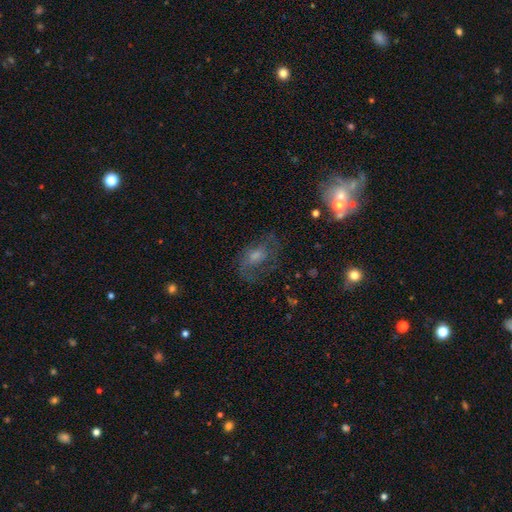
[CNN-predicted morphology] A featured or disk galaxy (54%) with no bar (59%), spiral arms (72%) and a moderate central bulge (44%).

Vote fractions:
- Smooth or featured? featured or disk: 54% / smooth: 28% / star or artifact: 18%
- Edge-on disk? no: 95% / yes: 5%
- Bar? no: 59% / weak: 34% / strong: 8%
- Spiral arms? yes: 72% / no: 28%
- Bulge size? moderate: 44% / small: 32% / none: 11% / large: 10% / dominant: 2%
- Merging? none: 58% / major disturbance: 20% / minor disturbance: 19% / merger: 2%